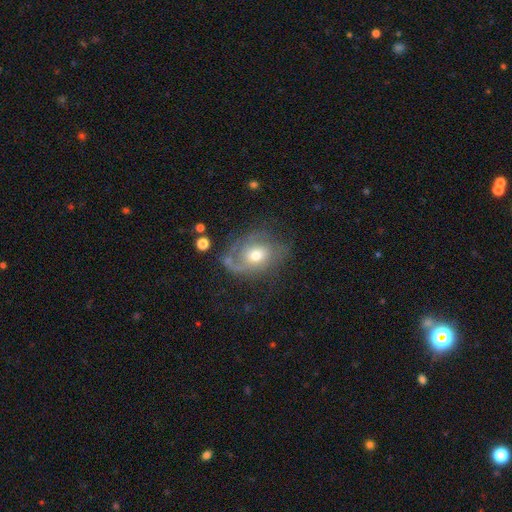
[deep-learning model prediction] The model was most divided on "spiral arm count": 1: 40%, 2: 34%, can't tell: 18%, 3: 5%, 4: 2%, more than 4: 2%. Remaining: edge-on disk — no (96%); spiral arms — yes (81%); bar — no (73%); bulge size — moderate (66%); smooth or featured — featured or disk (64%); merging — none (53%); spiral winding — medium (40%).